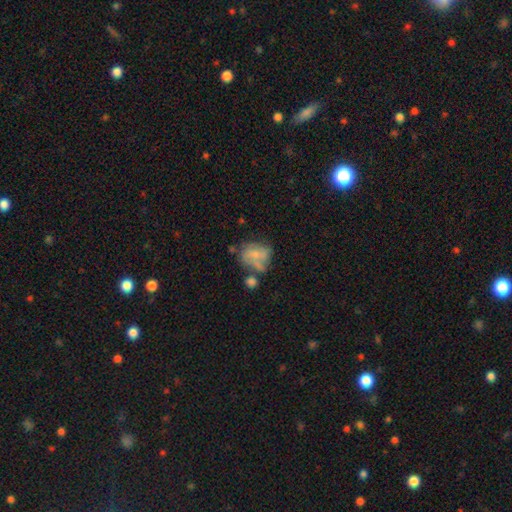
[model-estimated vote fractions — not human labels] Q: Smooth or featured?
A: smooth (51%); runner-up: featured or disk (40%)
Q: How rounded?
A: in between (51%); runner-up: round (47%)
Q: Merging?
A: none (36%); runner-up: minor disturbance (25%)